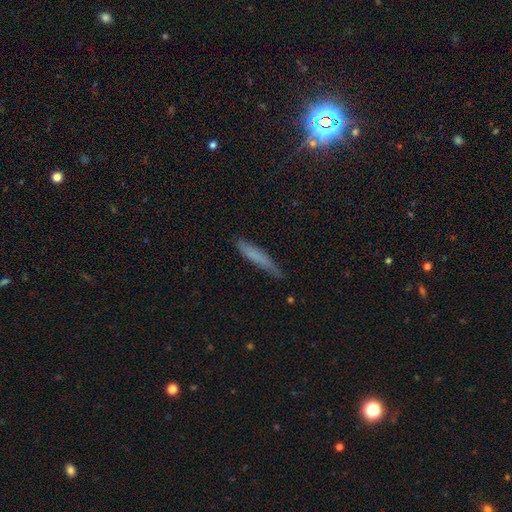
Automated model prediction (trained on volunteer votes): The model was most divided on "smooth or featured": smooth: 71%, featured or disk: 21%, star or artifact: 8%. More confident: how rounded — cigar-shaped (93%); merging — none (73%).